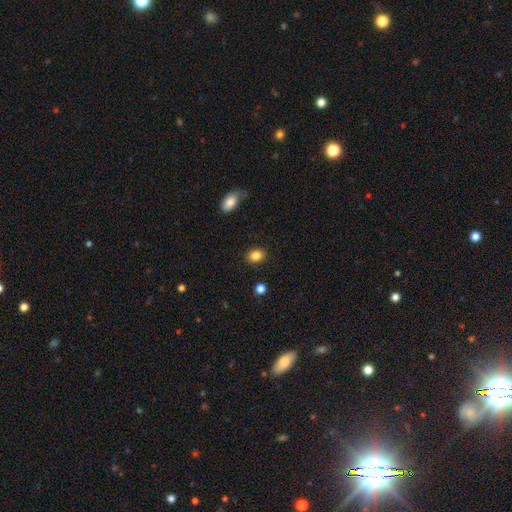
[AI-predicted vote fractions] Smooth or featured?
  - smooth: 86% *
  - star or artifact: 10%
  - featured or disk: 5%
How rounded?
  - in between: 56% *
  - round: 43%
  - cigar-shaped: 1%
Merging?
  - none: 88% *
  - minor disturbance: 8%
  - major disturbance: 2%
  - merger: 2%